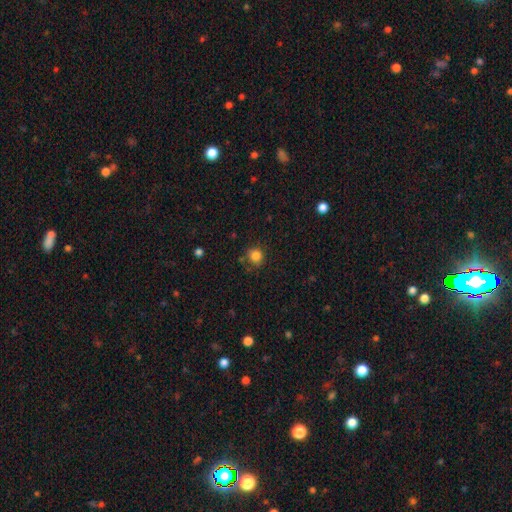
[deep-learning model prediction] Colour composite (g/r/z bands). It shows a smooth galaxy with no disk features (83%) that is round (84%). Merging: none (76%).